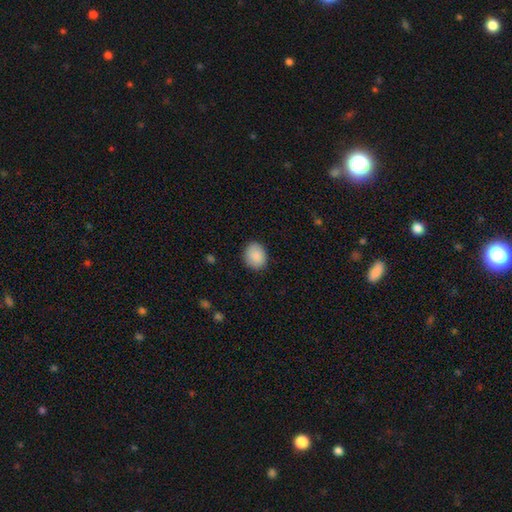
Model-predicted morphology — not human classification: Smooth or featured: smooth — 89% (star or artifact — 7%)
How rounded: round — 57% (in between — 42%)
Merging: none — 87% (minor disturbance — 10%)